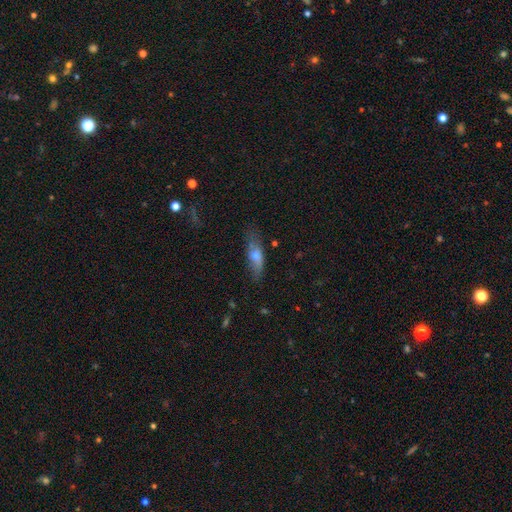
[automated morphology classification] Smooth or featured? smooth (54%)
How rounded? in between (54%)
Merging? none (69%)